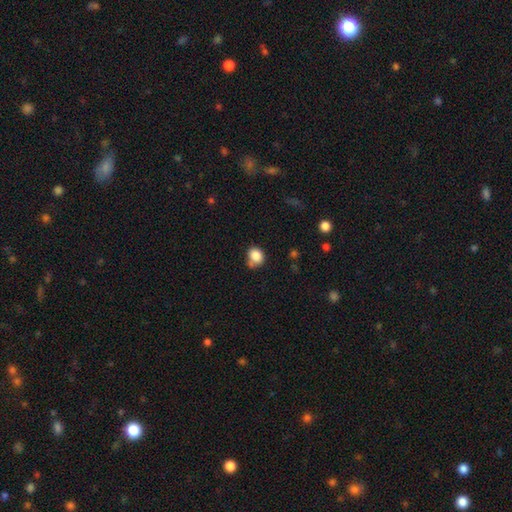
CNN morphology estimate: Smooth or featured? smooth (84%)
How rounded? round (61%)
Merging? none (57%)